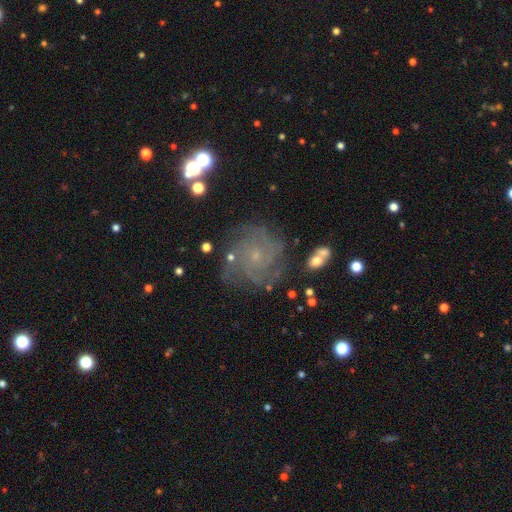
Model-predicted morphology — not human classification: Smooth or featured? Predicted: featured or disk (p=0.73). Edge-on disk? Predicted: no (p=0.98). Bar? Predicted: no (p=0.78). Spiral arms? Predicted: yes (p=0.95). Spiral winding? Predicted: tight (p=0.66). Spiral arm count? Predicted: can't tell (p=0.31). Bulge size? Predicted: small (p=0.80). Merging? Predicted: none (p=0.77).